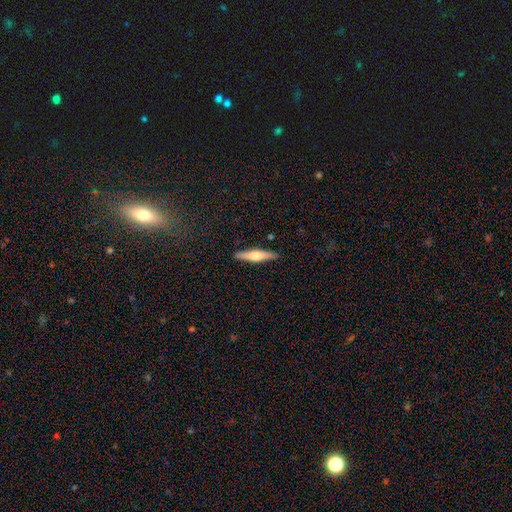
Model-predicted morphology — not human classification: This is possibly a featured or disk galaxy (55%). It is clearly viewed edge-on (96%). Edge-on bulge: clearly rounded (87%). Merging: clearly none (90%).